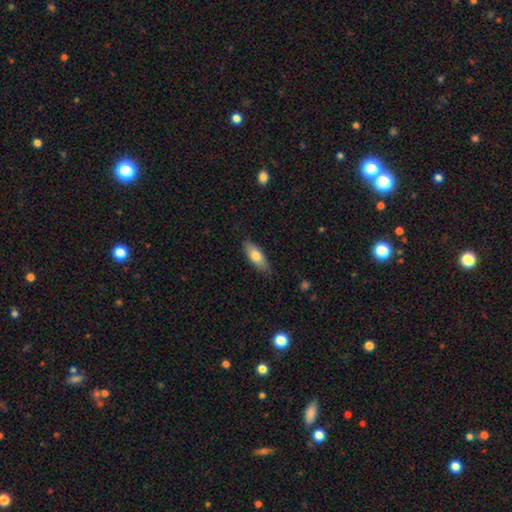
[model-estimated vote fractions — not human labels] A smooth galaxy with no disk features (72%) that is in between round and cigar-shaped (70%). Merging: none (81%).